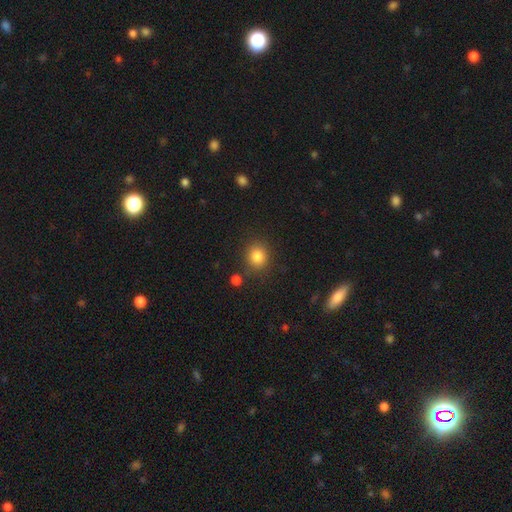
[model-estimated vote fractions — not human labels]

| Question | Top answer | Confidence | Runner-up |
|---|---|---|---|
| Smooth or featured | smooth | 83% | star or artifact (12%) |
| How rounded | round | 78% | in between (21%) |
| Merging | none | 85% | minor disturbance (8%) |